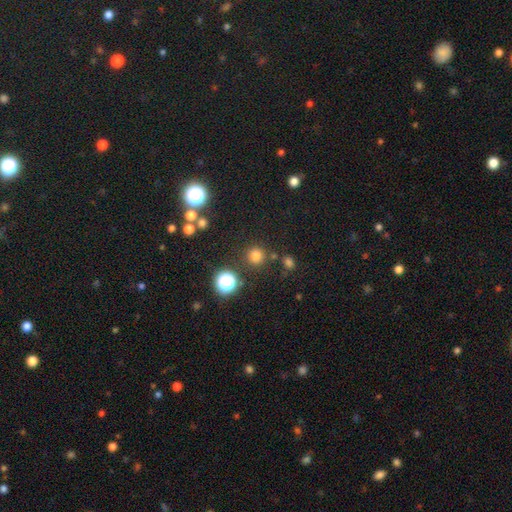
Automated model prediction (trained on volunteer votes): A smooth galaxy with no disk features (74%) that is round (94%).

Vote fractions:
- Smooth or featured? smooth: 74% / star or artifact: 21% / featured or disk: 5%
- How rounded? round: 94% / in between: 5% / cigar-shaped: 1%
- Merging? none: 84% / minor disturbance: 7% / merger: 5% / major disturbance: 3%